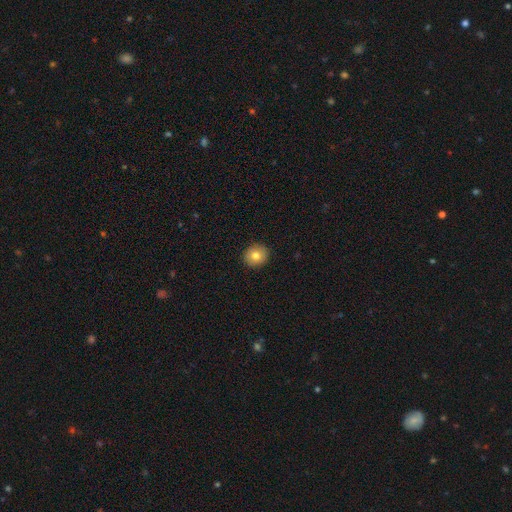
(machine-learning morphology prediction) Q: Smooth or featured?
A: smooth (79%); runner-up: featured or disk (12%)
Q: How rounded?
A: round (85%); runner-up: in between (14%)
Q: Merging?
A: none (92%); runner-up: minor disturbance (6%)